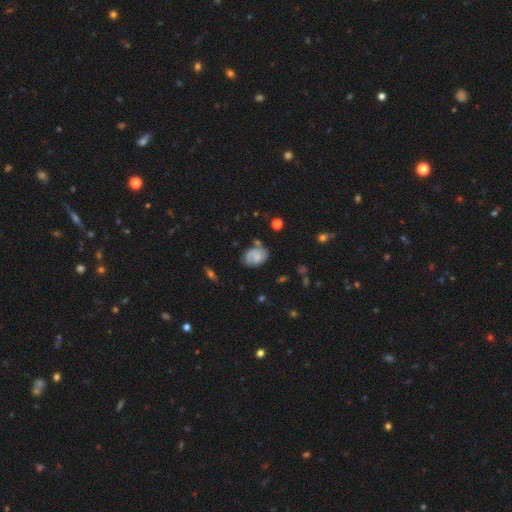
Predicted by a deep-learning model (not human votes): A featured or disk galaxy (46%).

Vote fractions:
- Smooth or featured? featured or disk: 46% / smooth: 45% / star or artifact: 9%
- Merging? none: 55% / minor disturbance: 27% / major disturbance: 12% / merger: 6%